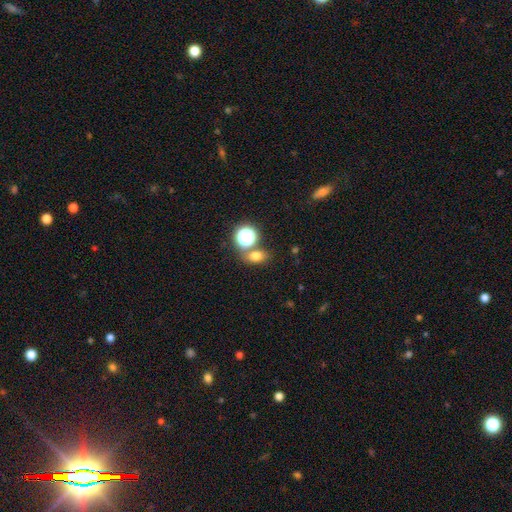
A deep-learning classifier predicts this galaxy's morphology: A smooth galaxy with no disk features (71%) that is in between round and cigar-shaped (59%). Merging: none (66%).